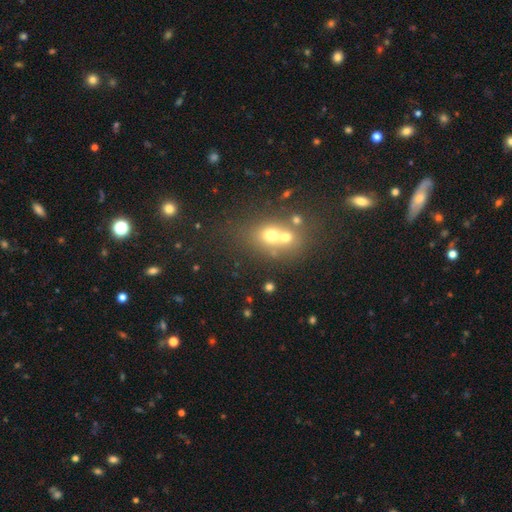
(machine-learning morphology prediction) Smooth or featured?
  - smooth: 49% *
  - star or artifact: 35%
  - featured or disk: 17%
Merging?
  - none: 50% *
  - merger: 32%
  - minor disturbance: 11%
  - major disturbance: 7%